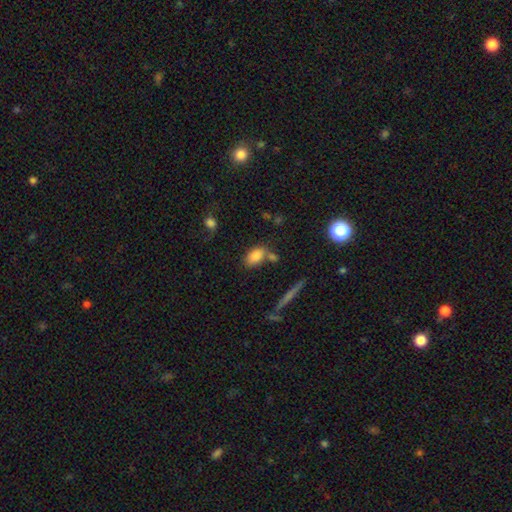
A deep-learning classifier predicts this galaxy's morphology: Q: Smooth or featured?
A: smooth (82%); runner-up: star or artifact (9%)
Q: How rounded?
A: in between (89%); runner-up: round (8%)
Q: Merging?
A: none (60%); runner-up: merger (18%)